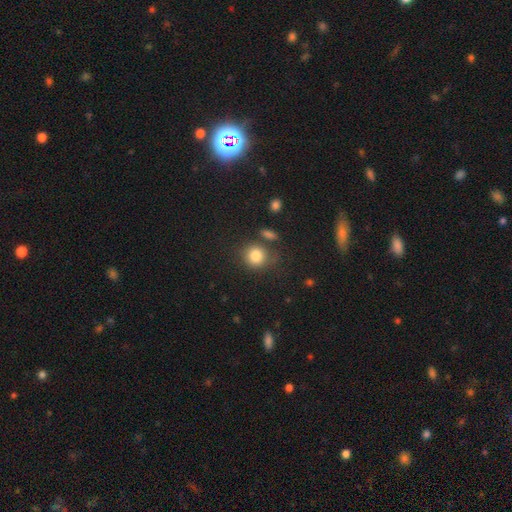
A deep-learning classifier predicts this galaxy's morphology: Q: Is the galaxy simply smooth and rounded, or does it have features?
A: smooth — 83%.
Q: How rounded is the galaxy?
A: round — 80%.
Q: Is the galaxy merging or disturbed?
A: none — 67%.